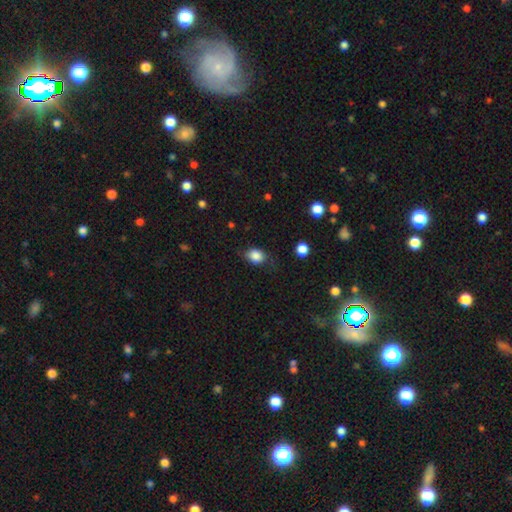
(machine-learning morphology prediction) smooth_or_featured: smooth (p=0.85) [alt: star or artifact p=0.09]
how_rounded: in between (p=0.62) [alt: round p=0.36]
merging: none (p=0.68) [alt: minor disturbance p=0.23]